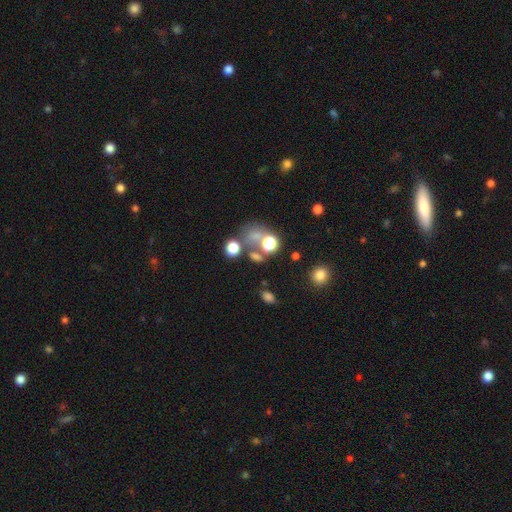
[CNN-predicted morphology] Smooth or featured? smooth (58%)
How rounded? round (58%)
Merging? none (42%)